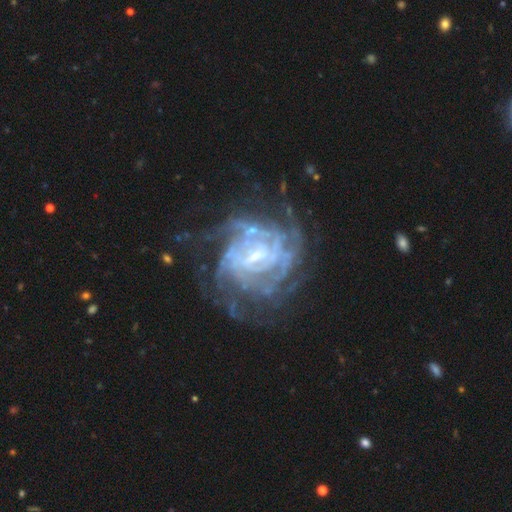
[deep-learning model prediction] Smooth or featured?
  - featured or disk: 89% *
  - star or artifact: 7%
  - smooth: 5%
Edge-on disk?
  - no: 97% *
  - yes: 3%
Bar?
  - weak: 48% *
  - no: 33%
  - strong: 19%
Spiral arms?
  - yes: 95% *
  - no: 5%
Spiral winding?
  - tight: 68% *
  - medium: 26%
  - loose: 6%
Spiral arm count?
  - can't tell: 34% *
  - 4: 22%
  - more than 4: 15%
  - 3: 11%
  - 2: 10%
  - 1: 7%
Bulge size?
  - small: 74% *
  - moderate: 19%
  - none: 4%
  - large: 2%
  - dominant: 1%
Merging?
  - none: 61% *
  - minor disturbance: 18%
  - major disturbance: 18%
  - merger: 3%